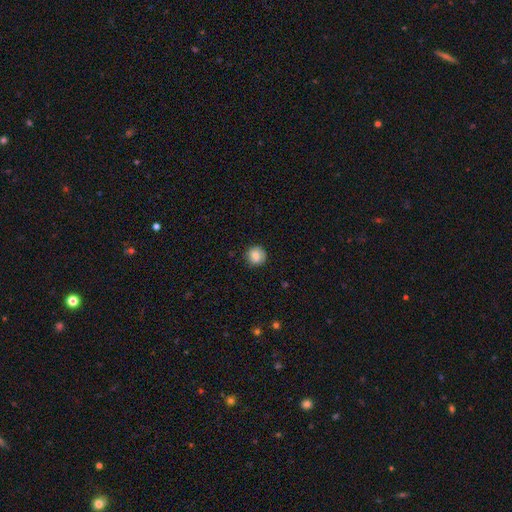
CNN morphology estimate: A smooth galaxy with no disk features (82%) that is round (89%).

Vote fractions:
- Smooth or featured? smooth: 82% / featured or disk: 10% / star or artifact: 9%
- How rounded? round: 89% / in between: 10% / cigar-shaped: 1%
- Merging? none: 84% / minor disturbance: 12% / major disturbance: 3% / merger: 1%